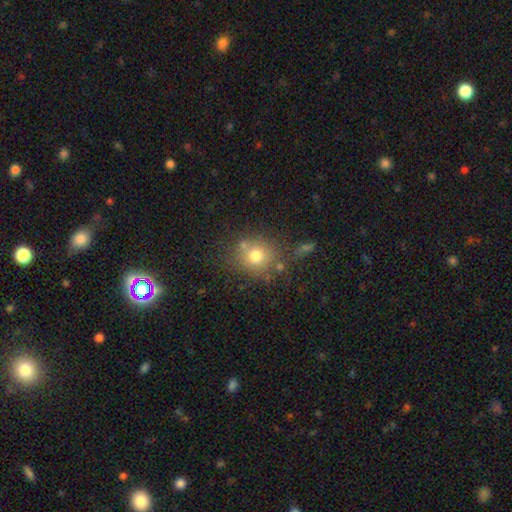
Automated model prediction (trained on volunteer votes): smooth-or-featured: smooth: 74% | star or artifact: 13% | featured or disk: 13%
  how-rounded: round: 81% | in between: 18% | cigar-shaped: 1%
  merging: none: 70% | minor disturbance: 15% | merger: 9% | major disturbance: 6%